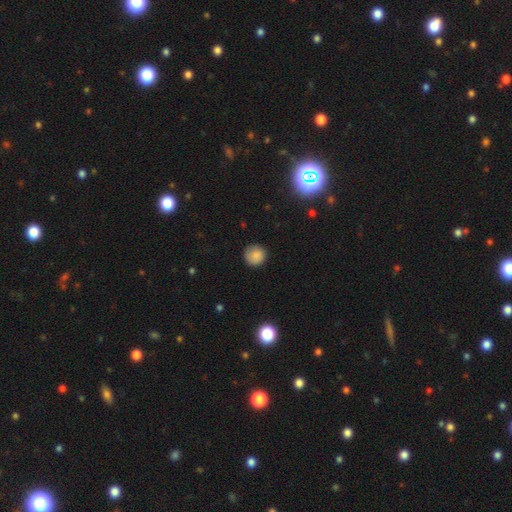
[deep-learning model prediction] Smooth or featured? Predicted: smooth (p=0.82). How rounded? Predicted: round (p=0.92). Merging? Predicted: none (p=0.82).